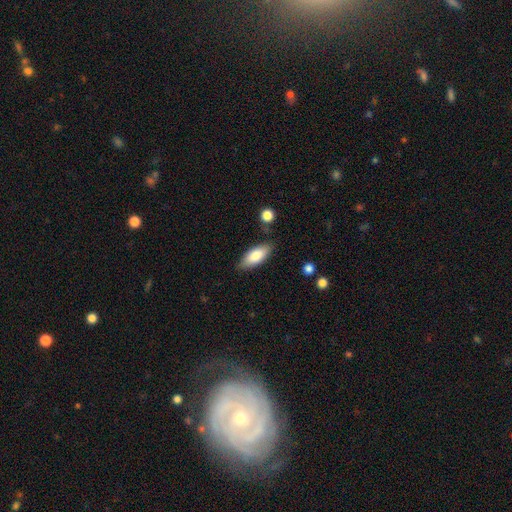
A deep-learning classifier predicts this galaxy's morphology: Smooth or featured? smooth (81%)
How rounded? in between (80%)
Merging? none (82%)